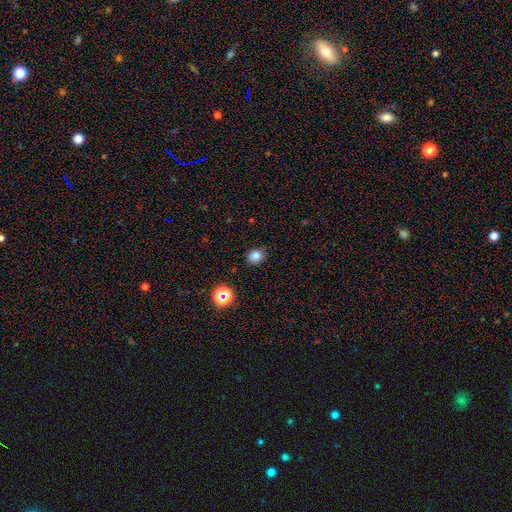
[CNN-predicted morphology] A smooth galaxy with no disk features (79%) that is round (61%).

Vote fractions:
- Smooth or featured? smooth: 79% / star or artifact: 15% / featured or disk: 6%
- How rounded? round: 61% / in between: 39% / cigar-shaped: 1%
- Merging? none: 84% / minor disturbance: 12% / major disturbance: 3% / merger: 2%